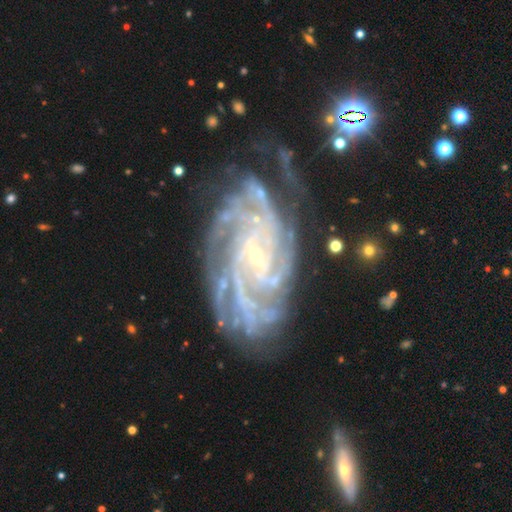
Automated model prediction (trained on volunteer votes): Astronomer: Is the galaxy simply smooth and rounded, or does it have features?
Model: featured or disk — 91%.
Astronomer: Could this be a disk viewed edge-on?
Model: no — 97%.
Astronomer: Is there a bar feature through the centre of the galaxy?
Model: no — 42% (runner-up: weak, 40%).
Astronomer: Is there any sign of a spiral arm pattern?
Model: yes — 98%.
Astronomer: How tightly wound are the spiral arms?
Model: tight — 65%.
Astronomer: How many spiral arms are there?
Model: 4 — 28% (runner-up: can't tell, 21%).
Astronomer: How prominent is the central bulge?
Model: small — 81%.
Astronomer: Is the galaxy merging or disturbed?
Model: none — 61%.